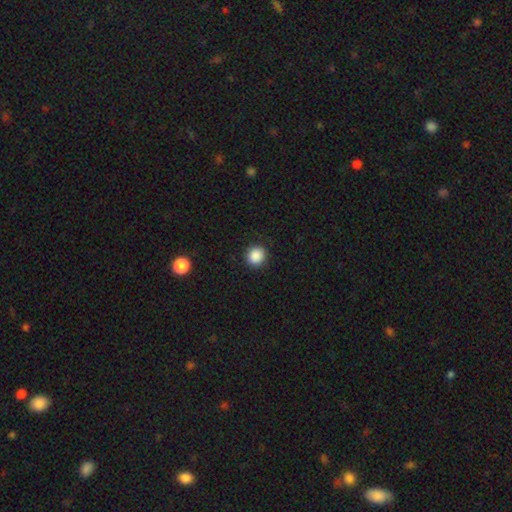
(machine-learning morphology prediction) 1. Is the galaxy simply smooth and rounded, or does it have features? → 88% smooth, 9% star or artifact, 3% featured or disk.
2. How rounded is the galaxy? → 90% round, 9% in between, 1% cigar-shaped.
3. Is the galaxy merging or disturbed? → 91% none, 6% minor disturbance, 2% major disturbance, 1% merger.